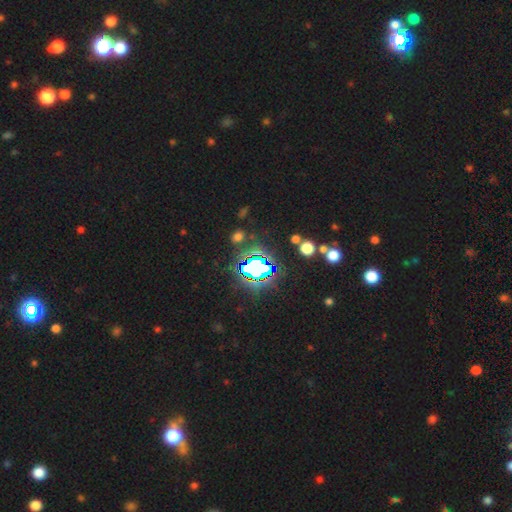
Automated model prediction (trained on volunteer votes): smooth_or_featured: star or artifact (p=0.83) [alt: smooth p=0.10]